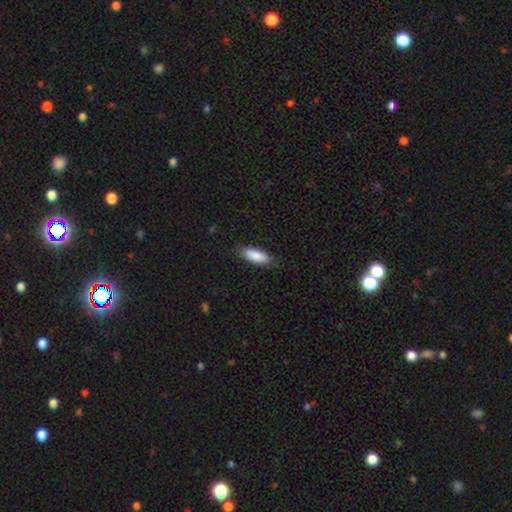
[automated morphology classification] A smooth galaxy with no disk features (86%) that is in between round and cigar-shaped (72%). Merging: none (84%).